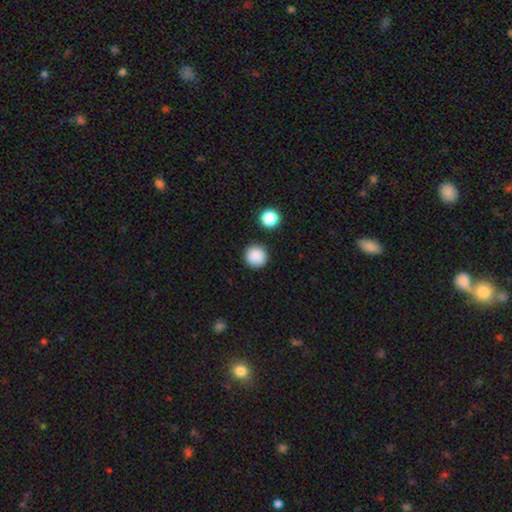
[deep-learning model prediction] This is clearly a smooth galaxy (87%). How rounded: clearly round (94%). Merging: clearly none (89%).